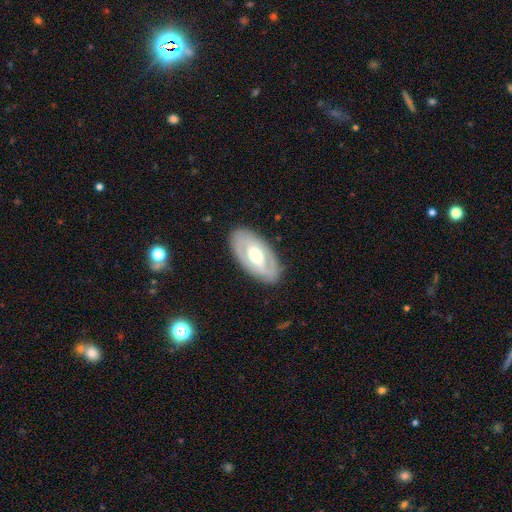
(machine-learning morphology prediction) This is likely a featured or disk galaxy (65%). It is clearly not viewed edge-on (89%). Bar: possibly no (55%). Spiral arm pattern: likely no (64%). Central bulge: likely moderate (70%). Merging: clearly none (84%).